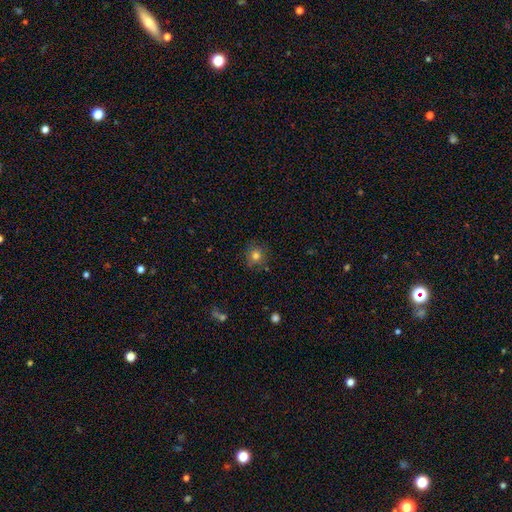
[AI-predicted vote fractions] A smooth galaxy with no disk features (79%) that is round (88%).

Vote fractions:
- Smooth or featured? smooth: 79% / star or artifact: 13% / featured or disk: 8%
- How rounded? round: 88% / in between: 11% / cigar-shaped: 1%
- Merging? none: 85% / minor disturbance: 11% / major disturbance: 3% / merger: 2%